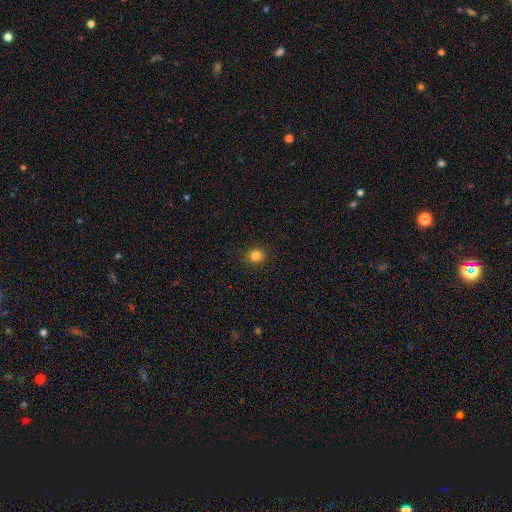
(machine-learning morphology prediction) smooth-or-featured: smooth: 83% | star or artifact: 13% | featured or disk: 4%
  how-rounded: round: 89% | in between: 10% | cigar-shaped: 1%
  merging: none: 91% | minor disturbance: 6% | major disturbance: 2% | merger: 1%